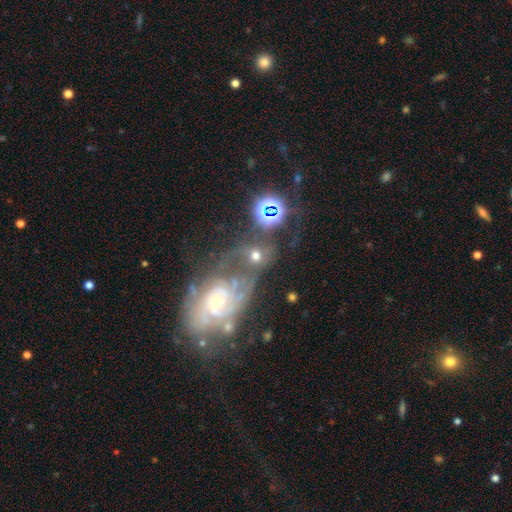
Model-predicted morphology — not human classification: A featured or disk galaxy (41%). Merging: merger (41%).